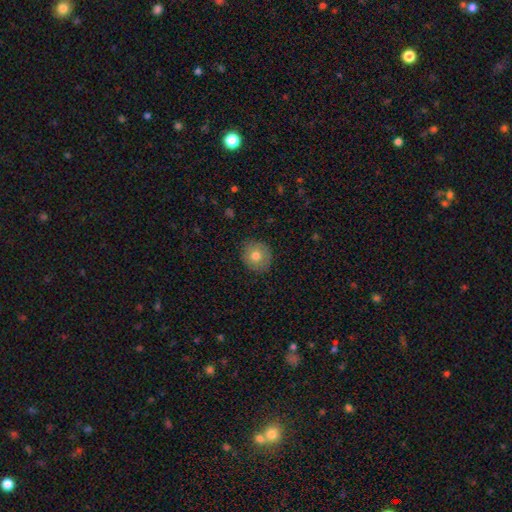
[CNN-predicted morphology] smooth_or_featured: smooth (p=0.75) [alt: featured or disk p=0.16]
how_rounded: round (p=0.85) [alt: in between p=0.14]
merging: none (p=0.85) [alt: minor disturbance p=0.11]